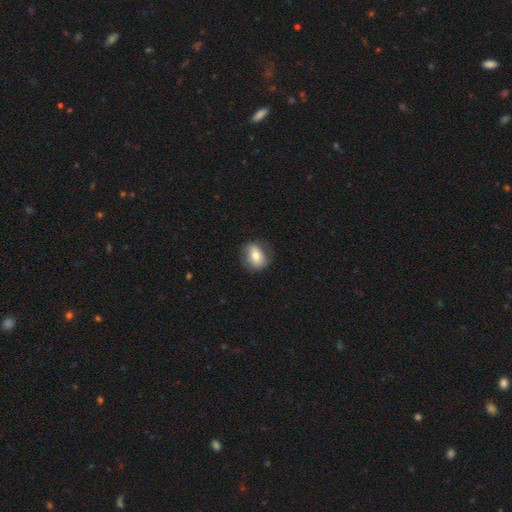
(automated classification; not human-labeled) A smooth galaxy with no disk features (59%) that is in between round and cigar-shaped (55%). Merging: none (74%).